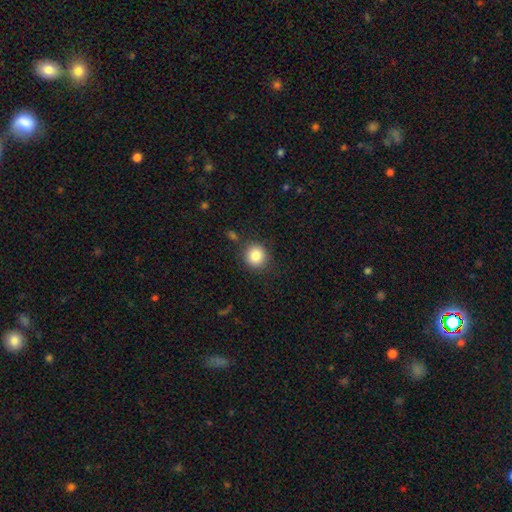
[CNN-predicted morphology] type=smooth (84%); roundness=round (90%); merging=none (85%).